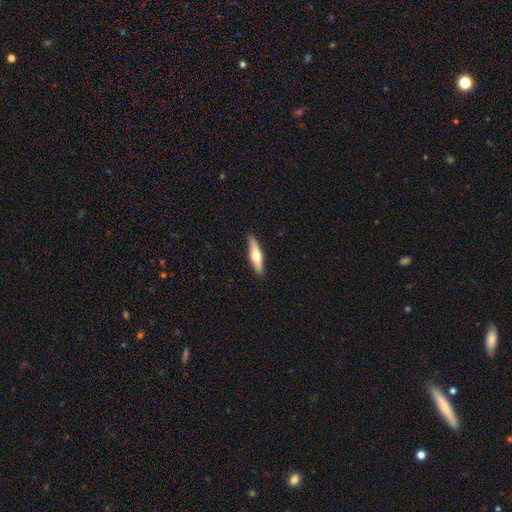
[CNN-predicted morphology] Smooth or featured? Predicted: featured or disk (p=0.48). Merging? Predicted: none (p=0.88).